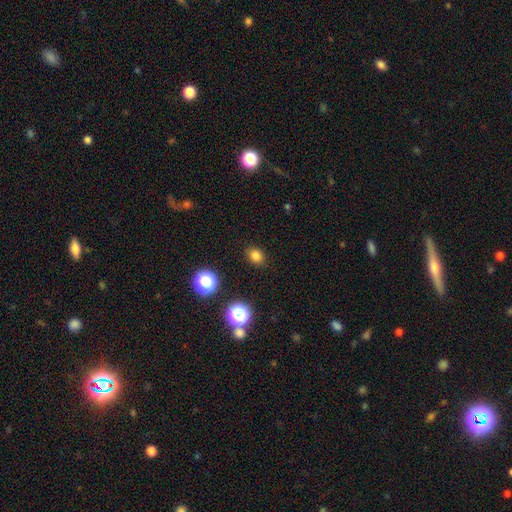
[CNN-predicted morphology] Smooth or featured?
  - smooth: 80% *
  - star or artifact: 16%
  - featured or disk: 5%
How rounded?
  - round: 52% *
  - in between: 47%
  - cigar-shaped: 1%
Merging?
  - none: 88% *
  - minor disturbance: 8%
  - major disturbance: 2%
  - merger: 1%